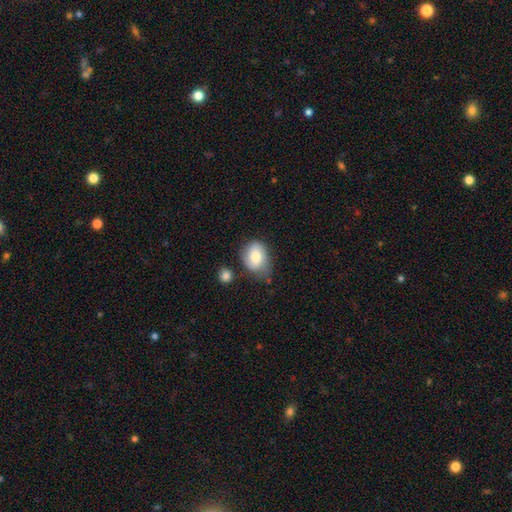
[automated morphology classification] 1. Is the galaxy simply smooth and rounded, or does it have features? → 70% smooth, 23% featured or disk, 7% star or artifact.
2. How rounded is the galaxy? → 63% in between, 36% round, 1% cigar-shaped.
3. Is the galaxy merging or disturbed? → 50% none, 34% minor disturbance, 10% major disturbance, 6% merger.